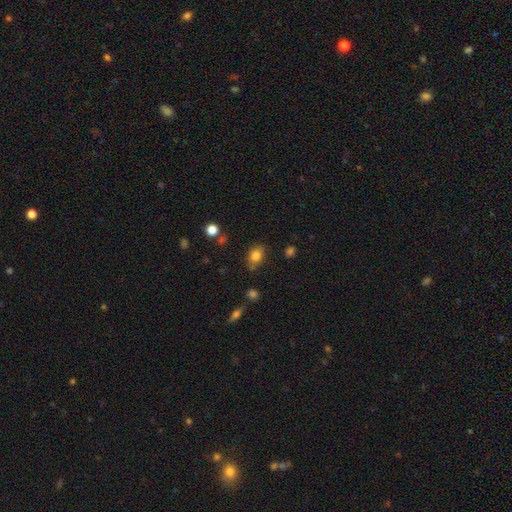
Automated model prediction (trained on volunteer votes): A smooth galaxy with no disk features (82%) that is in between round and cigar-shaped (63%).

Vote fractions:
- Smooth or featured? smooth: 82% / star or artifact: 11% / featured or disk: 7%
- How rounded? in between: 63% / round: 35% / cigar-shaped: 1%
- Merging? none: 69% / minor disturbance: 20% / merger: 6% / major disturbance: 5%